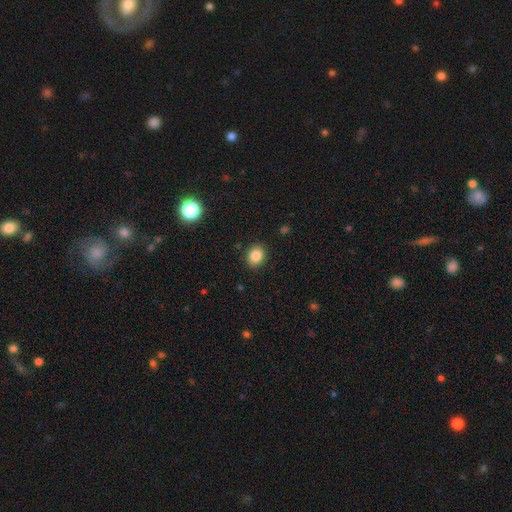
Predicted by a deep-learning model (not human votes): Smooth or featured? Predicted: smooth (p=0.85). How rounded? Predicted: round (p=0.53). Merging? Predicted: none (p=0.89).